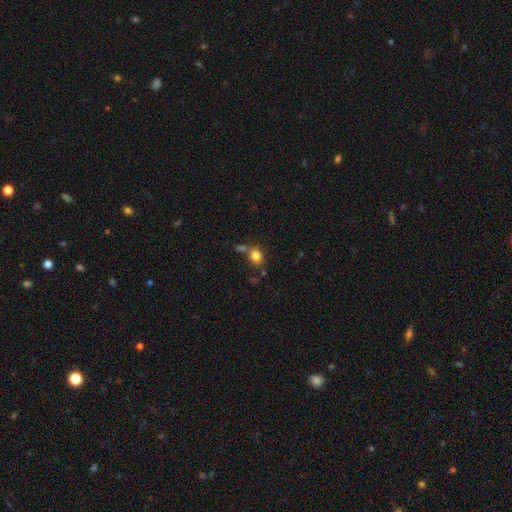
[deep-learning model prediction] Smooth or featured? smooth (82%)
How rounded? in between (60%)
Merging? none (60%)